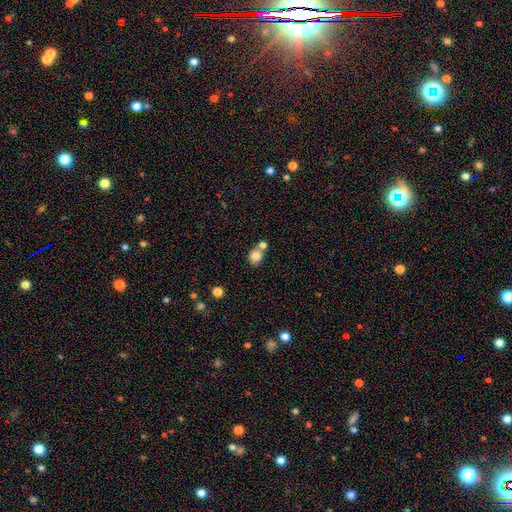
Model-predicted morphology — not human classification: Smooth or featured? smooth (82%)
How rounded? round (65%)
Merging? none (49%)